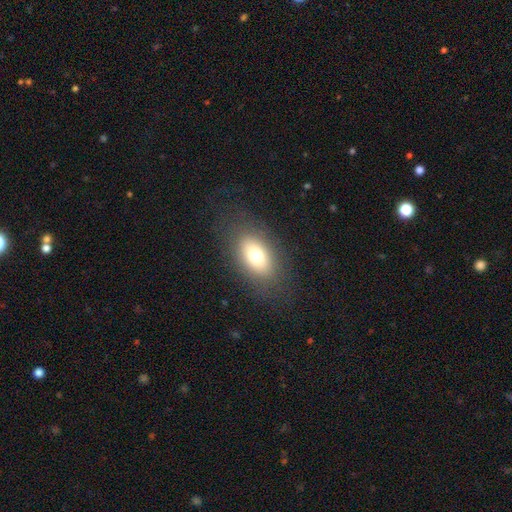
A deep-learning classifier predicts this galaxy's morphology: Smooth or featured: smooth — 72% (featured or disk — 18%)
How rounded: in between — 86% (round — 12%)
Merging: none — 81% (minor disturbance — 11%)